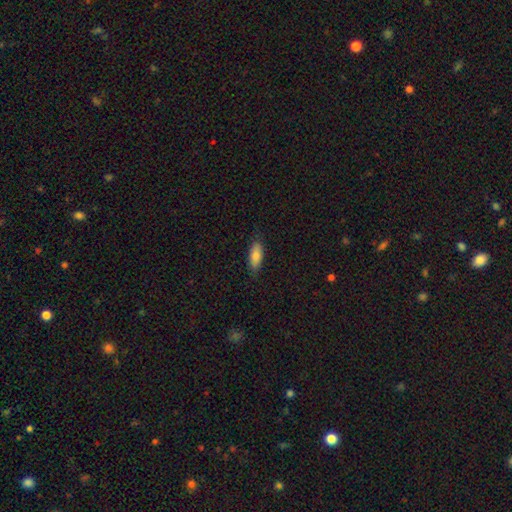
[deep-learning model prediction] smooth_or_featured: smooth (p=0.82) [alt: featured or disk p=0.11]
how_rounded: in between (p=0.69) [alt: cigar-shaped p=0.29]
merging: none (p=0.83) [alt: minor disturbance p=0.13]